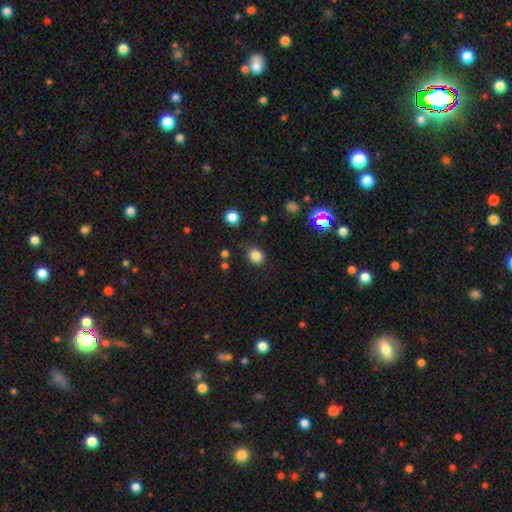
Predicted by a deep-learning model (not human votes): A smooth galaxy with no disk features (83%) that is round (64%).

Vote fractions:
- Smooth or featured? smooth: 83% / star or artifact: 13% / featured or disk: 5%
- How rounded? round: 64% / in between: 36% / cigar-shaped: 1%
- Merging? none: 83% / minor disturbance: 12% / major disturbance: 3% / merger: 2%